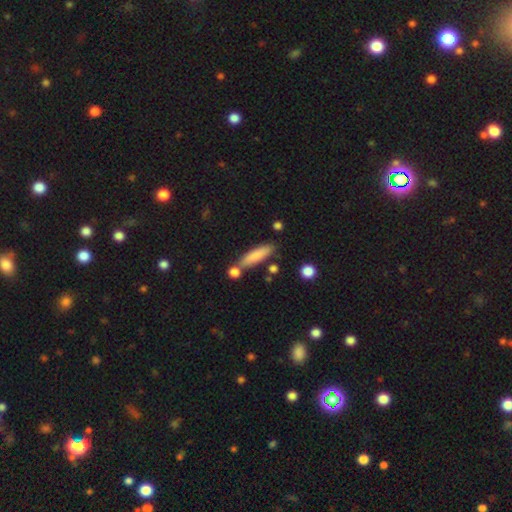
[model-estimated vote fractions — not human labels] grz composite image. It shows a smooth galaxy with no disk features (80%) that is cigar-shaped (71%). Merging: none (70%).